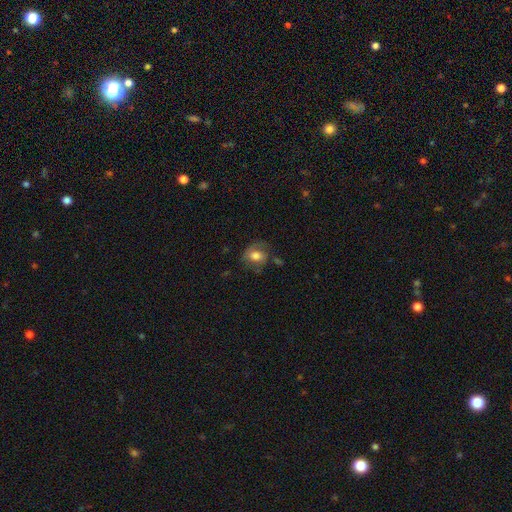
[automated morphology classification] Smooth or featured: smooth — 59% (featured or disk — 32%)
How rounded: in between — 57% (round — 42%)
Merging: none — 50% (minor disturbance — 26%)